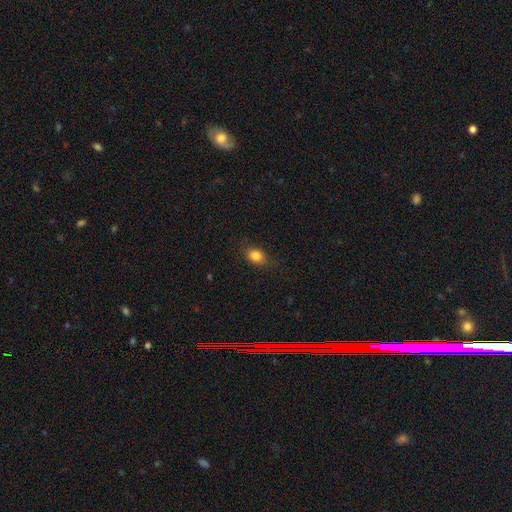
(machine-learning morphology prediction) Smooth or featured? smooth (83%)
How rounded? in between (62%)
Merging? none (80%)